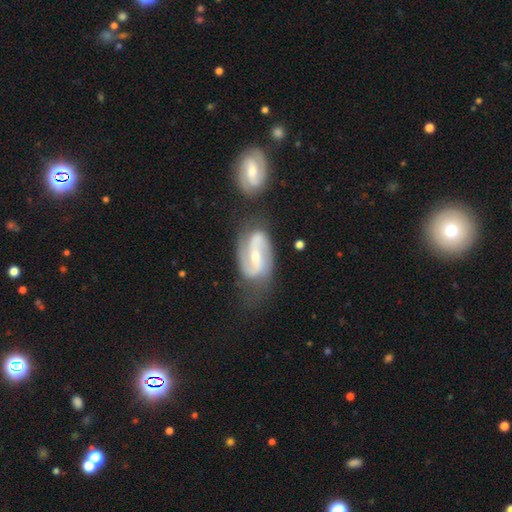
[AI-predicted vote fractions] This is clearly a featured or disk galaxy (87%). It is clearly not viewed edge-on (97%). Bar: marginally weak (41%). Spiral arm pattern: clearly yes (96%). Spiral arm count: clearly 2 (92%). Spiral winding: possibly medium (50%). Central bulge: possibly small (49%). Merging: possibly none (55%).